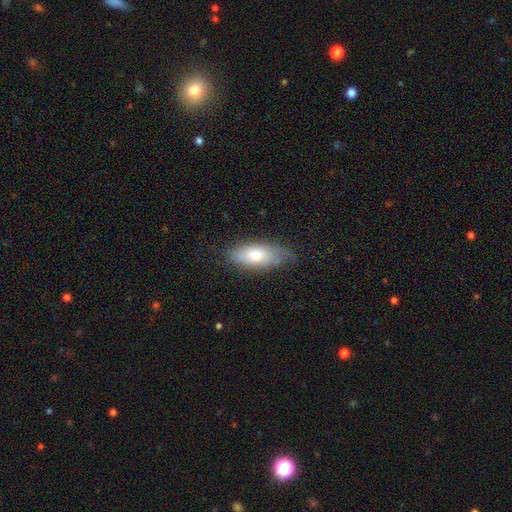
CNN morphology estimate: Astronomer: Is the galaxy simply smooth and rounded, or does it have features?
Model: smooth — 64%.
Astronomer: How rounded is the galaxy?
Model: in between — 83%.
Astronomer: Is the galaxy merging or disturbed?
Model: none — 60%.